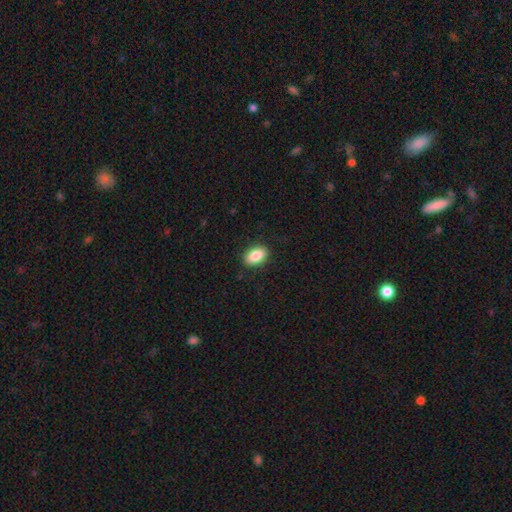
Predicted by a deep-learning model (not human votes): Smooth or featured? Predicted: smooth (p=0.85). How rounded? Predicted: in between (p=0.89). Merging? Predicted: none (p=0.89).